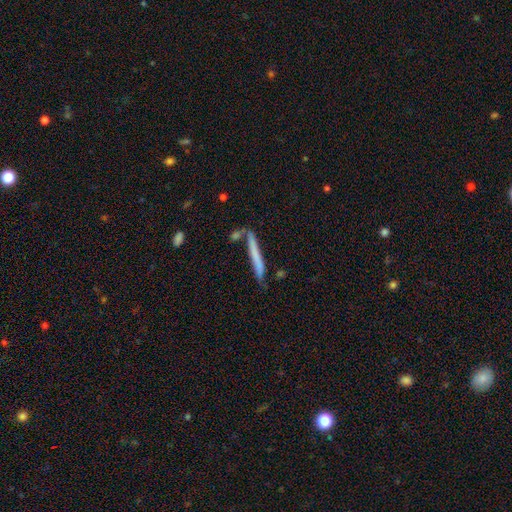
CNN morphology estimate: Smooth or featured: smooth — 61% (featured or disk — 33%)
How rounded: cigar-shaped — 96% (in between — 3%)
Merging: none — 73% (minor disturbance — 15%)